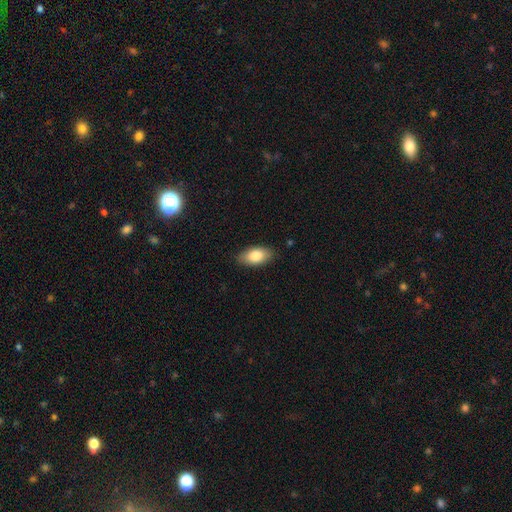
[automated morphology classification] Smooth or featured: smooth — 82% (featured or disk — 11%)
How rounded: in between — 92% (cigar-shaped — 5%)
Merging: none — 86% (minor disturbance — 11%)